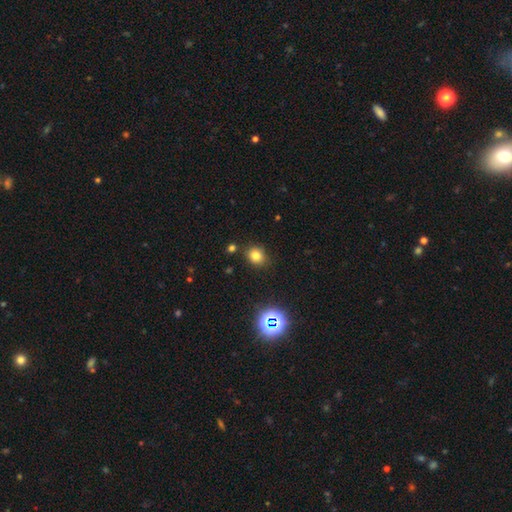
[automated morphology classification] Smooth or featured: smooth — 77% (star or artifact — 16%)
How rounded: round — 67% (in between — 32%)
Merging: none — 82% (minor disturbance — 11%)